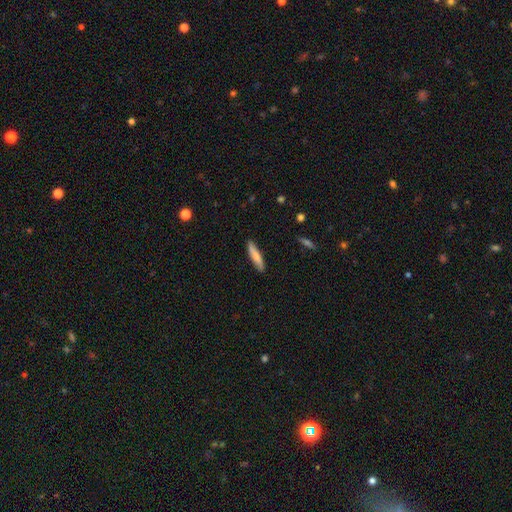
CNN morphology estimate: type=smooth (73%); roundness=cigar-shaped (85%); merging=none (87%).